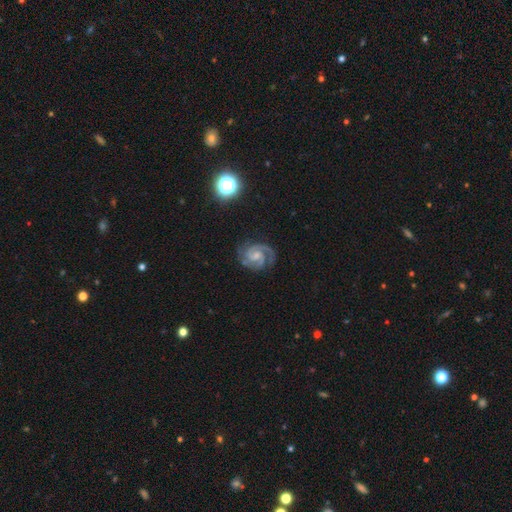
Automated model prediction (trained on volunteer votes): This is clearly a featured or disk galaxy (92%). It is clearly not viewed edge-on (98%). Bar: possibly weak (47%). Spiral arm pattern: clearly yes (99%). Spiral arm count: clearly 2 (81%). Spiral winding: possibly tight (55%). Central bulge: possibly small (48%). Merging: likely none (77%).